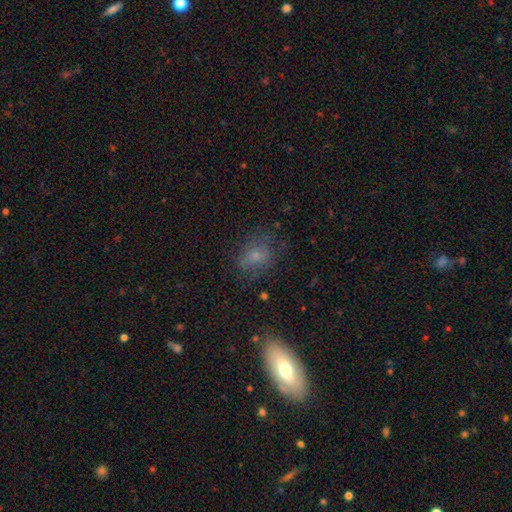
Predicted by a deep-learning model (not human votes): This appears to be a smooth galaxy with no disk features (63%) that is in between round and cigar-shaped (58%). Merging: none (60%).